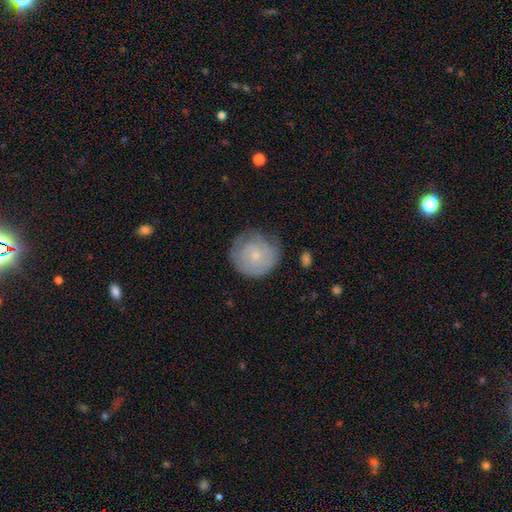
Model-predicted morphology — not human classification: Smooth or featured? Predicted: smooth (p=0.53). How rounded? Predicted: round (p=0.89). Merging? Predicted: none (p=0.64).